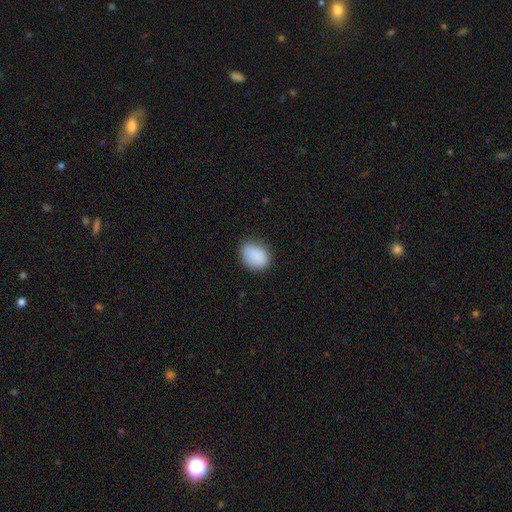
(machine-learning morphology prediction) smooth-or-featured: smooth: 87% | star or artifact: 8% | featured or disk: 5%
  how-rounded: in between: 69% | round: 30% | cigar-shaped: 1%
  merging: none: 77% | minor disturbance: 18% | major disturbance: 4% | merger: 1%